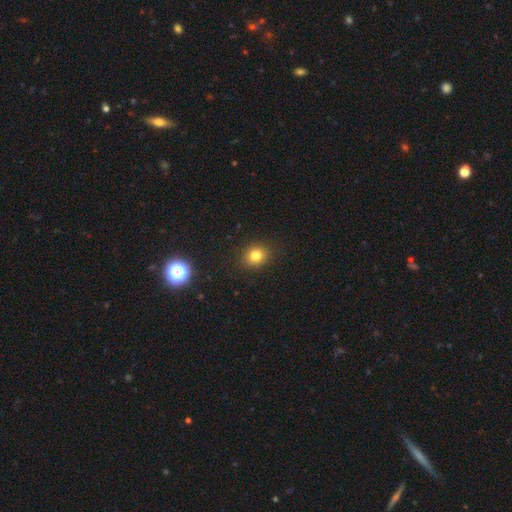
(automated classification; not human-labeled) Smooth or featured: smooth — 80% (star or artifact — 13%)
How rounded: round — 68% (in between — 31%)
Merging: none — 88% (minor disturbance — 8%)